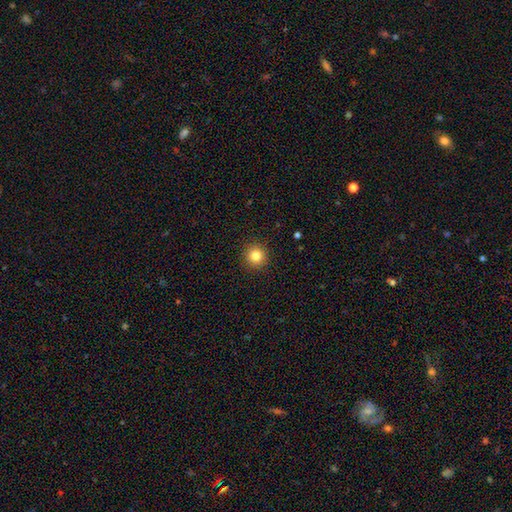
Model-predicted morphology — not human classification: Smooth or featured?
  - smooth: 83% *
  - star or artifact: 12%
  - featured or disk: 5%
How rounded?
  - round: 94% *
  - in between: 5%
  - cigar-shaped: 1%
Merging?
  - none: 92% *
  - minor disturbance: 5%
  - major disturbance: 2%
  - merger: 1%